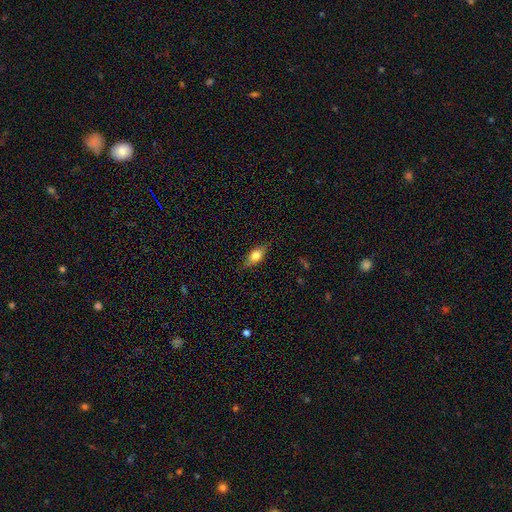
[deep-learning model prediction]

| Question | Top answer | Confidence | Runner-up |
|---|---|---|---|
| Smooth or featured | smooth | 63% | featured or disk (29%) |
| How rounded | in between | 73% | cigar-shaped (19%) |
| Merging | none | 80% | minor disturbance (15%) |